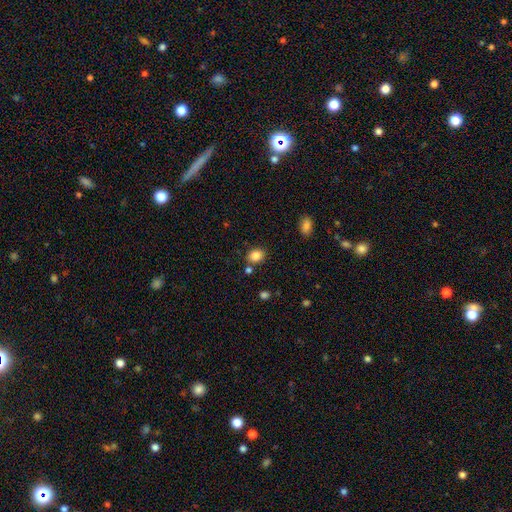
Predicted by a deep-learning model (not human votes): A smooth galaxy with no disk features (86%) that is round (54%). Merging: none (78%).